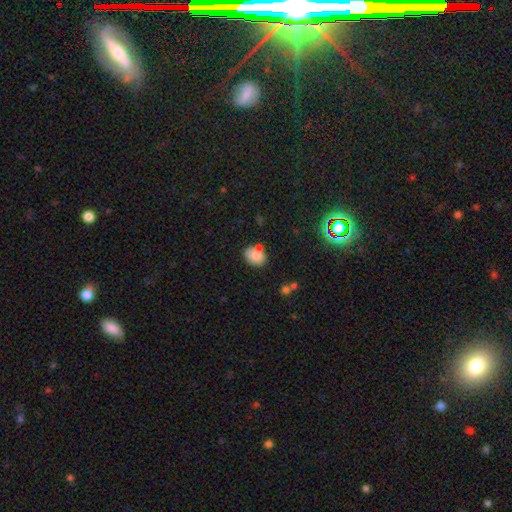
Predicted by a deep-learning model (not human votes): The model was most divided on "how rounded": in between: 60%, round: 39%, cigar-shaped: 1%. More confident: smooth or featured — smooth (77%); merging — none (52%).